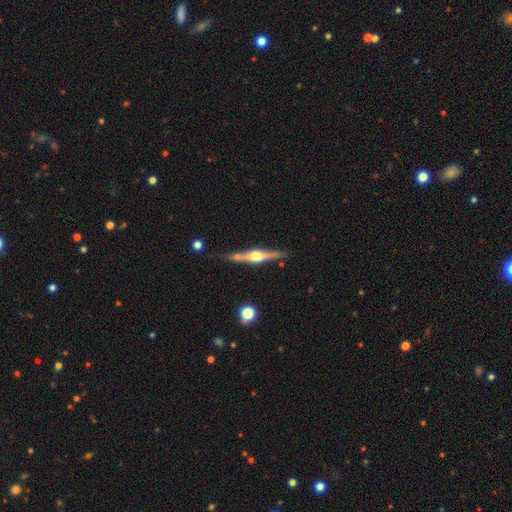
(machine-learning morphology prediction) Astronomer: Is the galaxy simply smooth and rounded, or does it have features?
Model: featured or disk — 79%.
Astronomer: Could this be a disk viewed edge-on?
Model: yes — 98%.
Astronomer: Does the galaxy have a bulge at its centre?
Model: rounded — 92%.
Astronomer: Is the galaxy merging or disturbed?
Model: none — 81%.